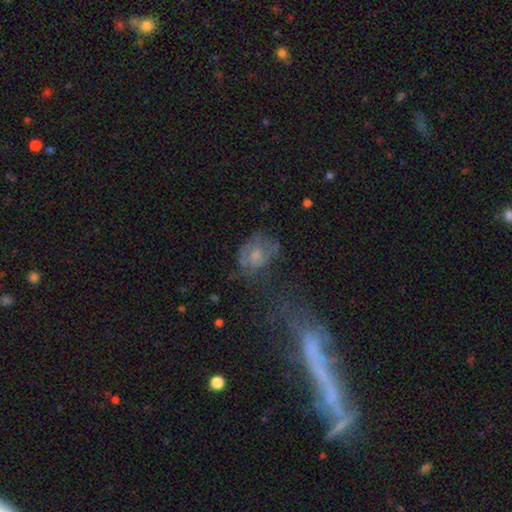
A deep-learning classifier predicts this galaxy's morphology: Smooth or featured?
  - featured or disk: 46% *
  - smooth: 42%
  - star or artifact: 12%
Merging?
  - none: 46% *
  - minor disturbance: 25%
  - major disturbance: 23%
  - merger: 6%